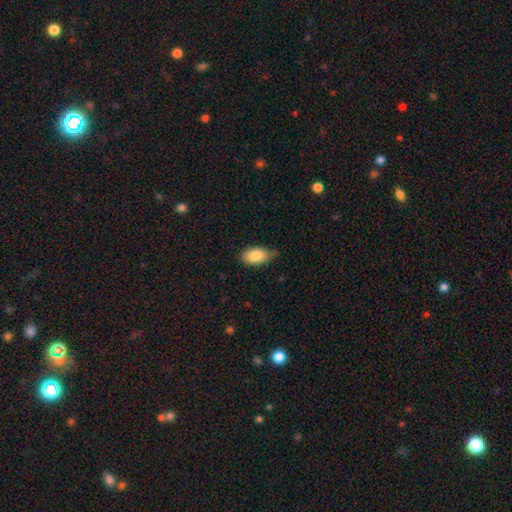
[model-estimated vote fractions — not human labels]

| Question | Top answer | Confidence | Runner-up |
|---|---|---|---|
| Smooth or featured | smooth | 85% | featured or disk (8%) |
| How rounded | in between | 92% | round (5%) |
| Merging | none | 67% | minor disturbance (28%) |